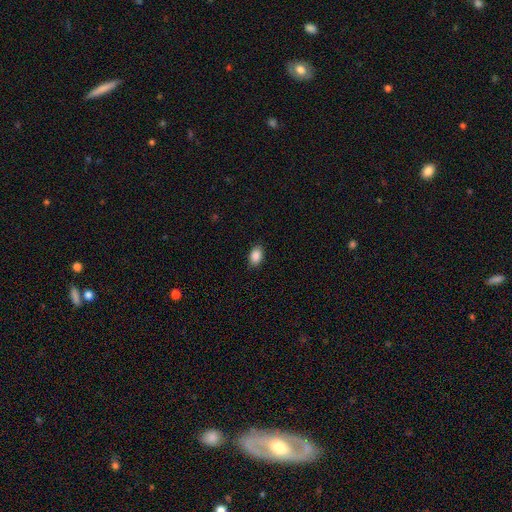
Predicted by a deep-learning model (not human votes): smooth_or_featured: smooth (p=0.89) [alt: star or artifact p=0.08]
how_rounded: in between (p=0.90) [alt: round p=0.09]
merging: none (p=0.88) [alt: minor disturbance p=0.09]